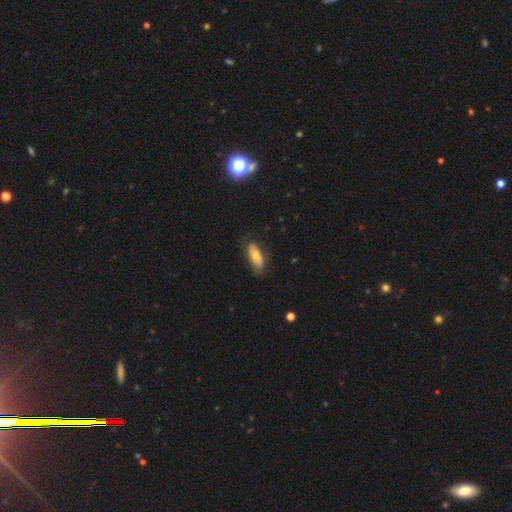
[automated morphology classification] smooth_or_featured: smooth (p=0.63) [alt: featured or disk p=0.31]
how_rounded: in between (p=0.80) [alt: cigar-shaped p=0.17]
merging: none (p=0.71) [alt: minor disturbance p=0.22]